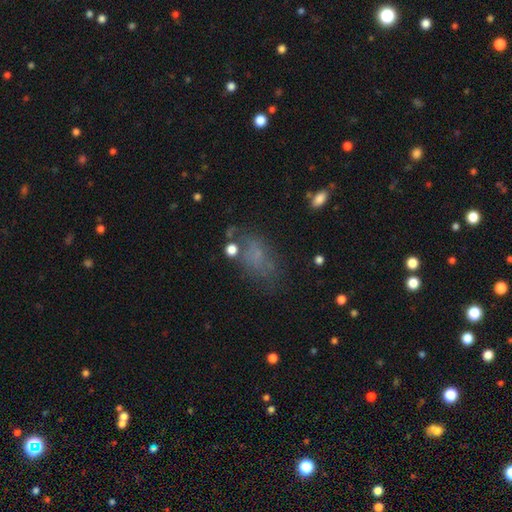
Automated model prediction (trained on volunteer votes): Q: Smooth or featured?
A: smooth (54%); runner-up: featured or disk (25%)
Q: How rounded?
A: in between (85%); runner-up: round (11%)
Q: Merging?
A: none (50%); runner-up: minor disturbance (23%)